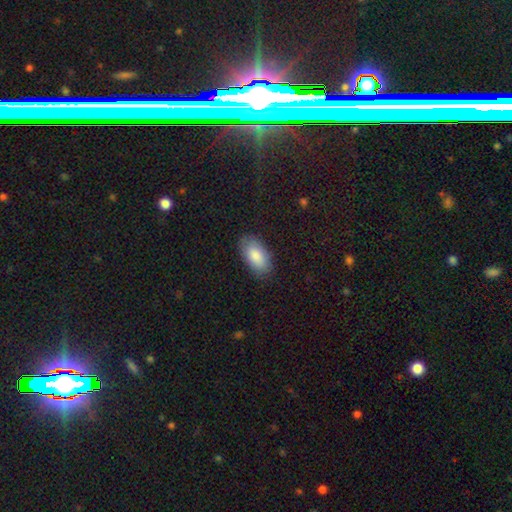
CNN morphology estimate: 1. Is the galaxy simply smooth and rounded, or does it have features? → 85% smooth, 9% featured or disk, 6% star or artifact.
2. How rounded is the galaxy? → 94% in between, 3% cigar-shaped, 3% round.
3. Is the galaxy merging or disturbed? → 84% none, 12% minor disturbance, 3% major disturbance, 1% merger.